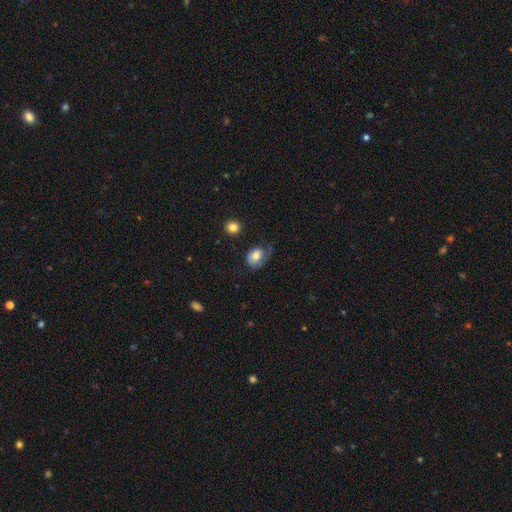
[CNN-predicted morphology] Smooth or featured? smooth (72%)
How rounded? in between (60%)
Merging? none (42%)